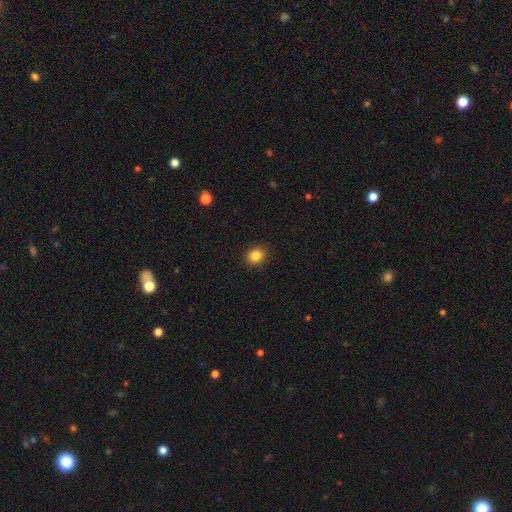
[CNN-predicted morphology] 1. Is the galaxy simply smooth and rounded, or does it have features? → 85% smooth, 10% star or artifact, 5% featured or disk.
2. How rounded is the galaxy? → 74% round, 25% in between, 1% cigar-shaped.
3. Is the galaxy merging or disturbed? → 91% none, 6% minor disturbance, 2% major disturbance, 1% merger.